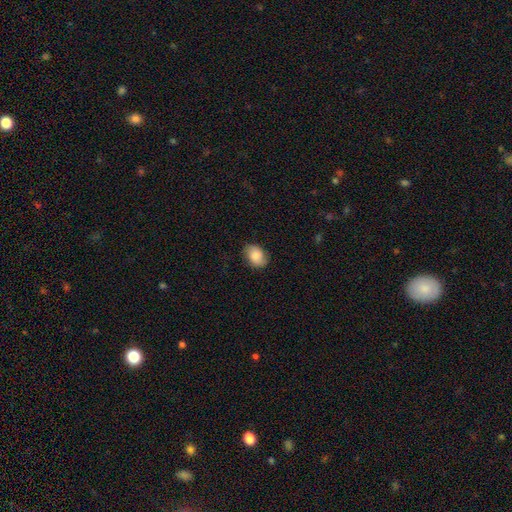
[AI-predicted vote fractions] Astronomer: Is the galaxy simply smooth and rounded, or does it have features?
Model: smooth — 83%.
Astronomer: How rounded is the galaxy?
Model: in between — 79%.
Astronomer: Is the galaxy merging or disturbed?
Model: none — 79%.